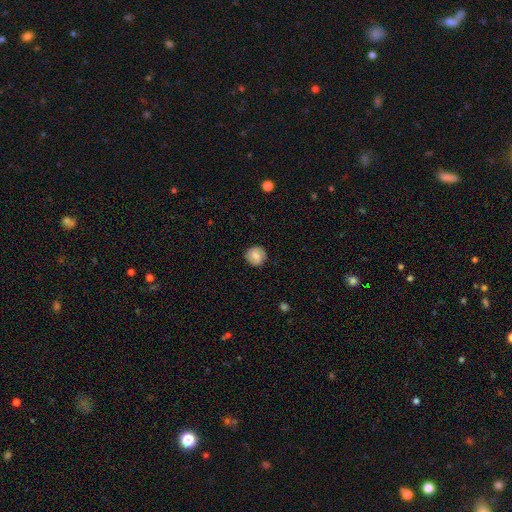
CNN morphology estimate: A smooth galaxy with no disk features (72%) that is round (90%). Merging: none (86%).